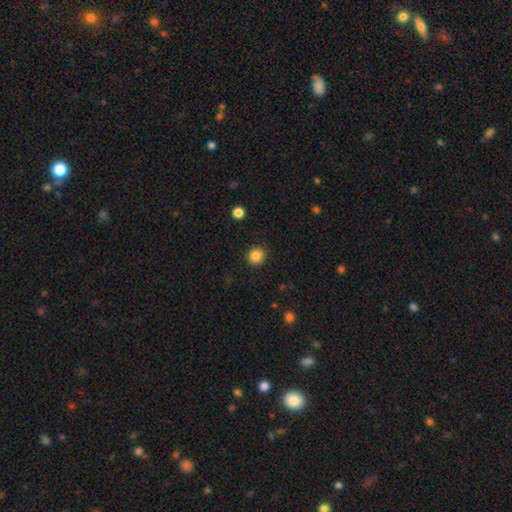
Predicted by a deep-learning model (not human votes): Q: Smooth or featured?
A: smooth (85%); runner-up: star or artifact (10%)
Q: How rounded?
A: round (89%); runner-up: in between (10%)
Q: Merging?
A: none (91%); runner-up: minor disturbance (6%)